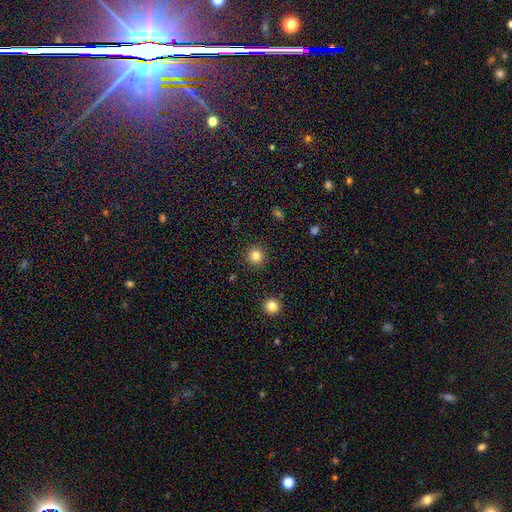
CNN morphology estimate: Smooth or featured?
  - smooth: 82% *
  - star or artifact: 12%
  - featured or disk: 6%
How rounded?
  - round: 94% *
  - in between: 5%
  - cigar-shaped: 1%
Merging?
  - none: 91% *
  - minor disturbance: 5%
  - major disturbance: 2%
  - merger: 1%